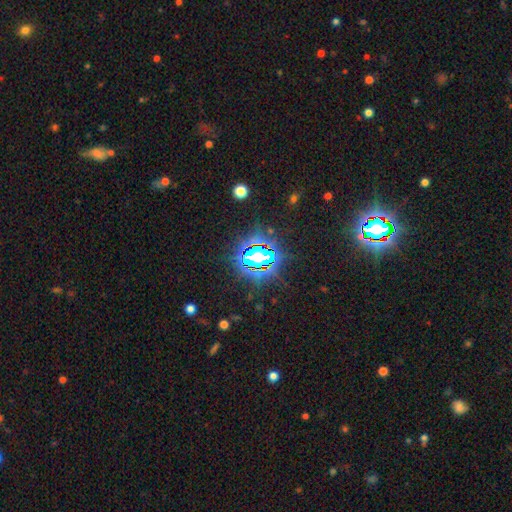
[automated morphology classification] smooth_or_featured: star or artifact (p=0.84) [alt: smooth p=0.09]